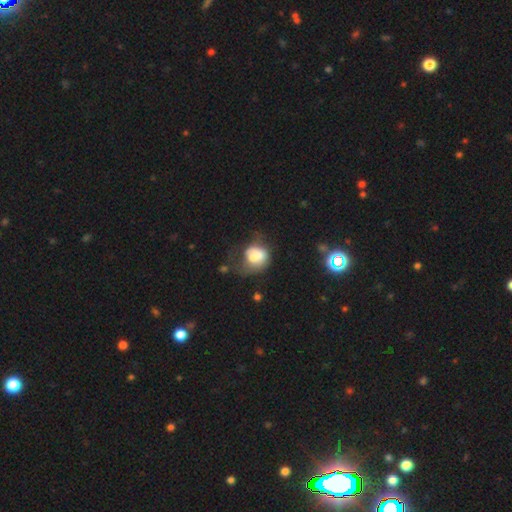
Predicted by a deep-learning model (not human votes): This is likely a smooth galaxy (61%). How rounded: possibly round (58%). Merging: marginally major disturbance (30%).